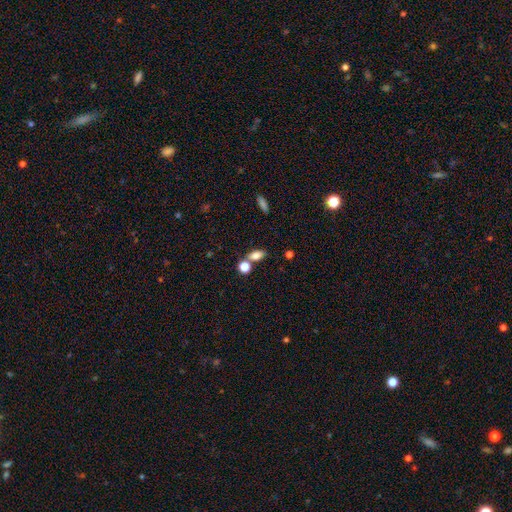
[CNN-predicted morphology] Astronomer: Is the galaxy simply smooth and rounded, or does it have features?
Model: smooth — 80%.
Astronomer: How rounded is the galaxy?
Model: in between — 80%.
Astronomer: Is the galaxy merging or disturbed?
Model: none — 60%.